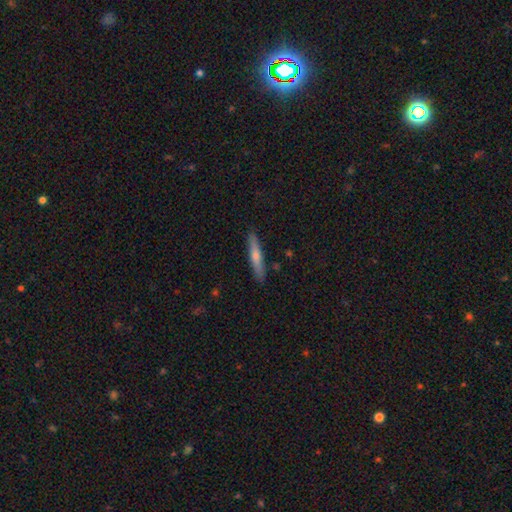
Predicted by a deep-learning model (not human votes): Smooth or featured? Predicted: featured or disk (p=0.55). Edge-on disk? Predicted: yes (p=0.93). Edge-on bulge? Predicted: rounded (p=0.82). Merging? Predicted: none (p=0.90).